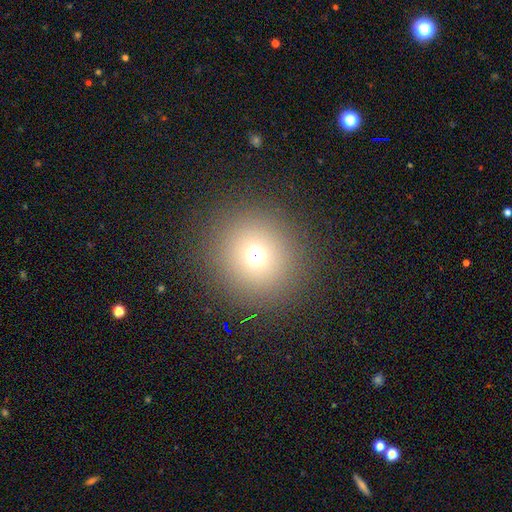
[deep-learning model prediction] Morphology: type=smooth (67%); roundness=round (92%); merging=none (88%).